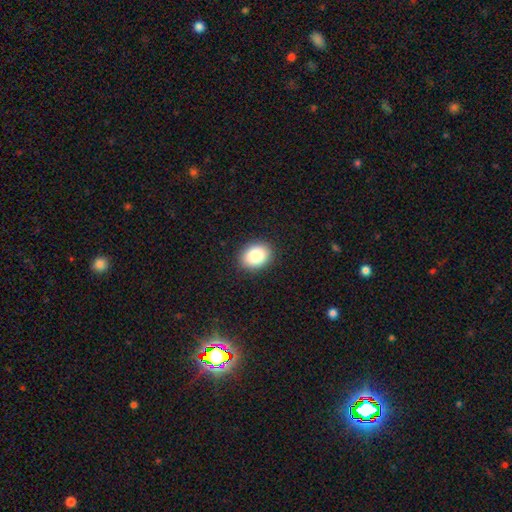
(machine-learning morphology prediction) Q: Smooth or featured?
A: smooth (85%); runner-up: star or artifact (8%)
Q: How rounded?
A: in between (58%); runner-up: round (41%)
Q: Merging?
A: none (90%); runner-up: minor disturbance (7%)